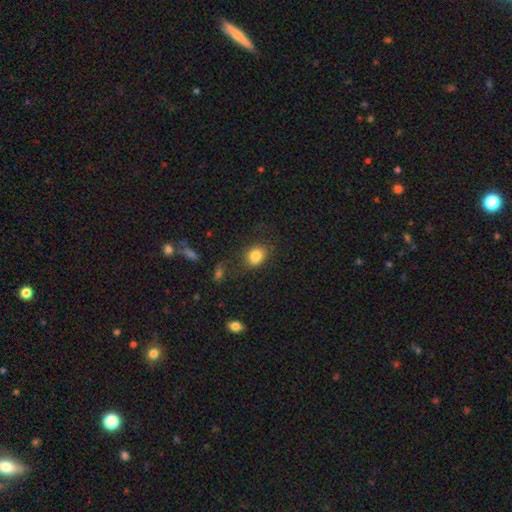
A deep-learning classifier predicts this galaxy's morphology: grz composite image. It shows a smooth galaxy with no disk features (83%) that is in between round and cigar-shaped (52%). Merging: none (70%).